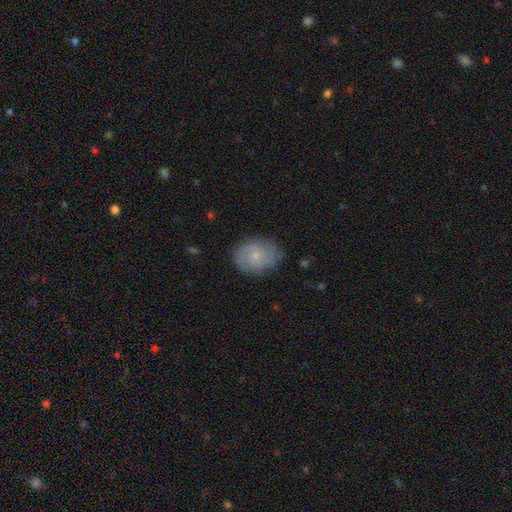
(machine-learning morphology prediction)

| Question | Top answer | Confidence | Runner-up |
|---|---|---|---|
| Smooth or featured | featured or disk | 51% | smooth (41%) |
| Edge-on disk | no | 97% | yes (3%) |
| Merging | none | 76% | minor disturbance (18%) |